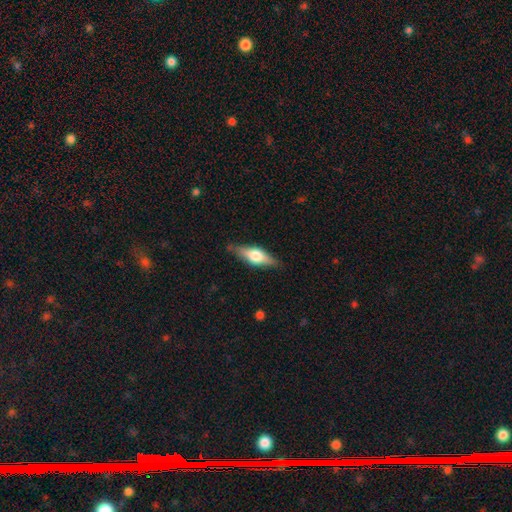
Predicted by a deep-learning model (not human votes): Smooth or featured? Predicted: featured or disk (p=0.53). Edge-on disk? Predicted: yes (p=0.92). Merging? Predicted: none (p=0.82).